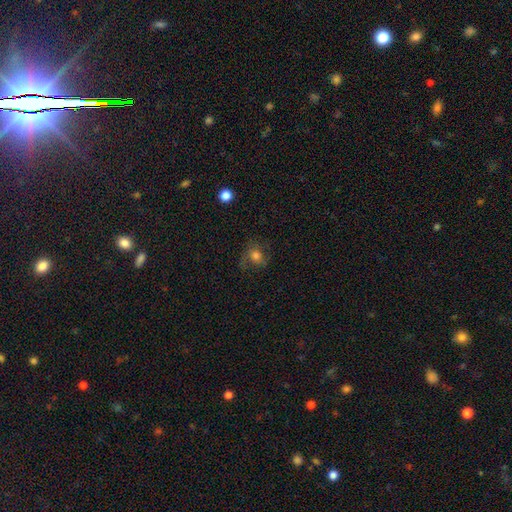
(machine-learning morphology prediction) smooth_or_featured: smooth (p=0.62) [alt: featured or disk p=0.24]
how_rounded: round (p=0.71) [alt: in between p=0.28]
merging: none (p=0.62) [alt: minor disturbance p=0.21]